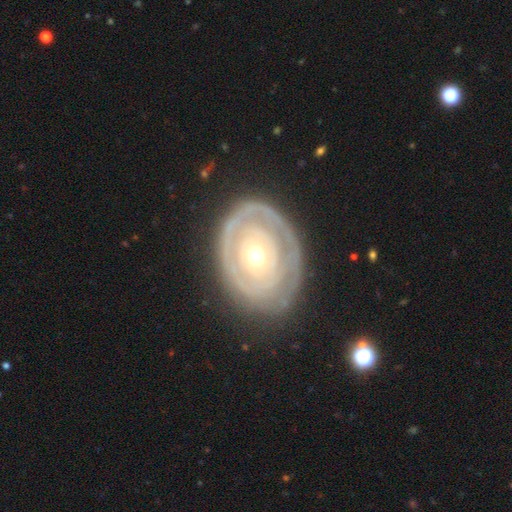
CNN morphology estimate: This is likely a featured or disk galaxy (75%). It is clearly not viewed edge-on (95%). Bar: clearly no (87%). Spiral arm pattern: possibly yes (54%). Central bulge: likely small (62%). Merging: likely none (73%).